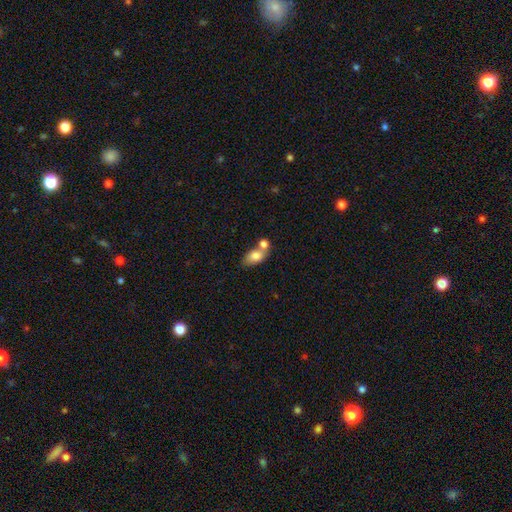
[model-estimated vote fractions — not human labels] smooth 78%, featured or disk 14%, star or artifact 8%. Down the decision tree: how rounded — in between (83%); merging — merger (47%).